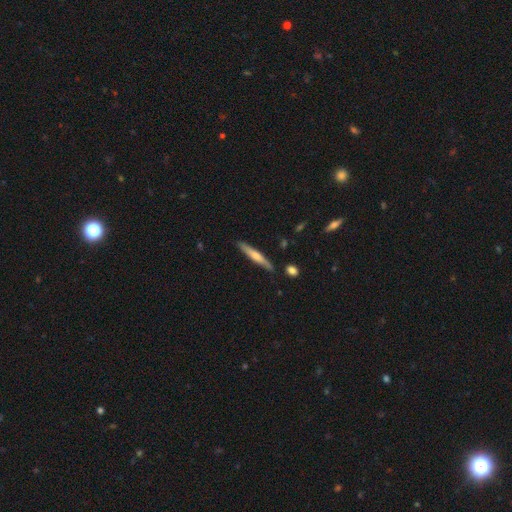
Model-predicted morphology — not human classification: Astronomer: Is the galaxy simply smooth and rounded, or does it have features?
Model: smooth — 50% (runner-up: featured or disk, 44%).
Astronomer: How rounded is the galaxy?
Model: cigar-shaped — 93%.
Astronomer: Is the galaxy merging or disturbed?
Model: none — 85%.